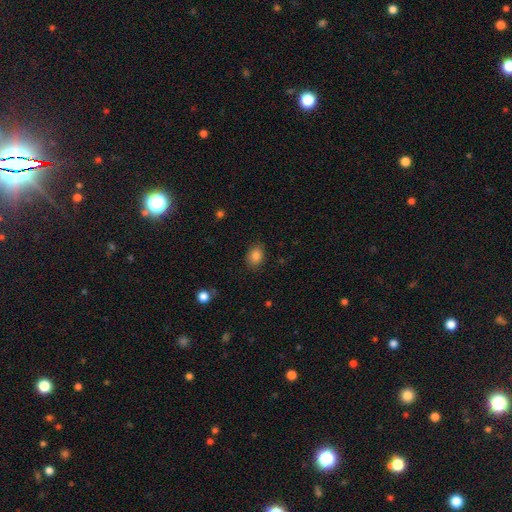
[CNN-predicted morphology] A smooth galaxy with no disk features (85%) that is in between round and cigar-shaped (67%).

Vote fractions:
- Smooth or featured? smooth: 85% / star or artifact: 10% / featured or disk: 5%
- How rounded? in between: 67% / round: 32% / cigar-shaped: 1%
- Merging? none: 84% / minor disturbance: 12% / major disturbance: 3% / merger: 1%